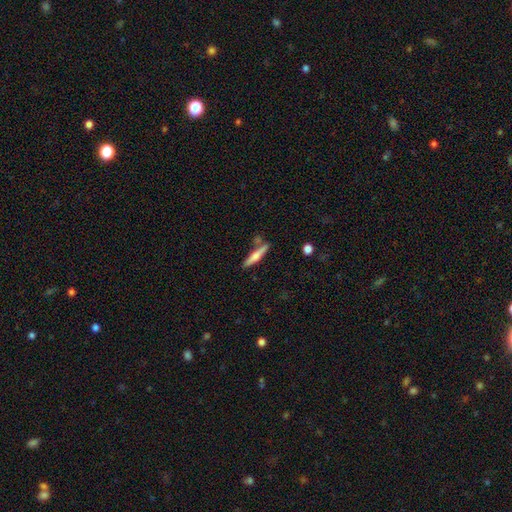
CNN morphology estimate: smooth-or-featured: smooth: 54% | featured or disk: 40% | star or artifact: 6%
  how-rounded: cigar-shaped: 89% | in between: 9% | round: 2%
  merging: none: 76% | minor disturbance: 12% | merger: 10% | major disturbance: 3%